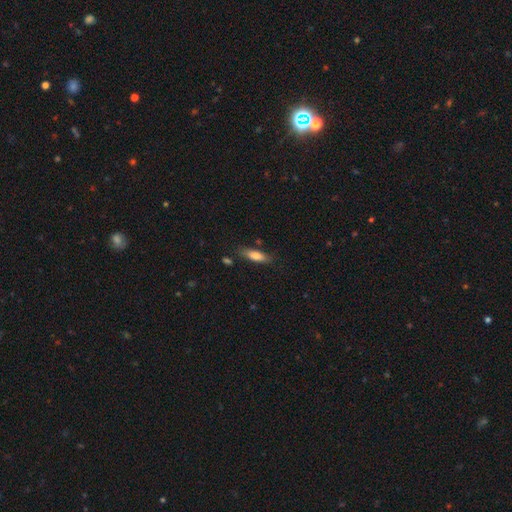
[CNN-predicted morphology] The model was most divided on "how rounded": in between: 50%, cigar-shaped: 48%, round: 2%. More confident: merging — none (76%); smooth or featured — smooth (76%).